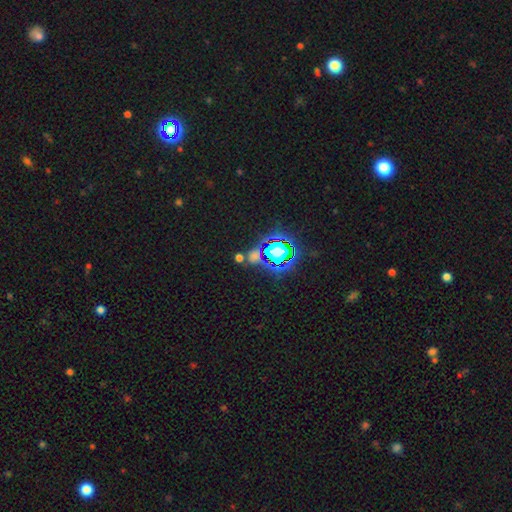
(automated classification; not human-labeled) Smooth or featured?
  - star or artifact: 71% *
  - smooth: 20%
  - featured or disk: 9%